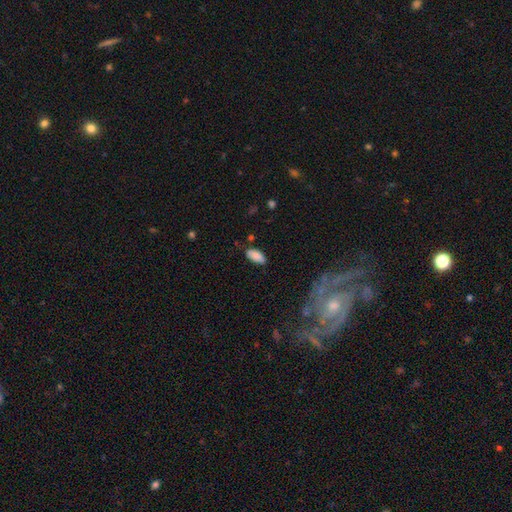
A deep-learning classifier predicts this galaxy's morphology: Smooth or featured? smooth (88%)
How rounded? in between (91%)
Merging? none (75%)